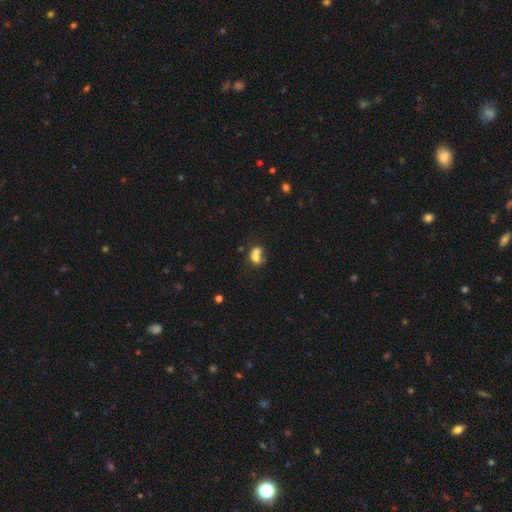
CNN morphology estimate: This is likely a smooth galaxy (68%). How rounded: possibly in between (56%). Merging: likely merger (61%).